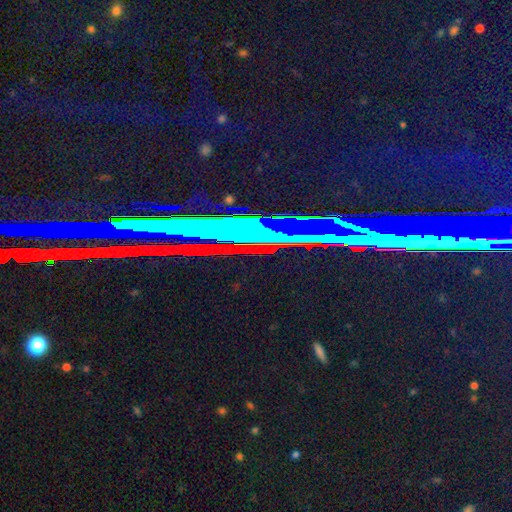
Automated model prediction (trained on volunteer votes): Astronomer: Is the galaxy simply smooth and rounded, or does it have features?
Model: star or artifact — 80%.